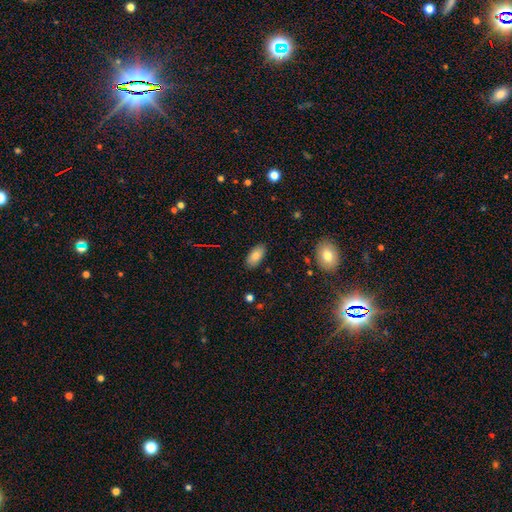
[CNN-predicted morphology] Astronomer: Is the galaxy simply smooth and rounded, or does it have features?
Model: smooth — 79%.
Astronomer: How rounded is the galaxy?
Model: in between — 93%.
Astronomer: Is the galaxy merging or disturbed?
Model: none — 87%.